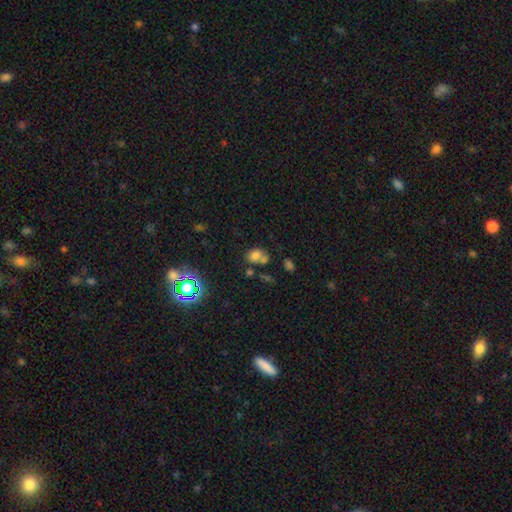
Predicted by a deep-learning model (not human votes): The model was most divided on "merging": none: 42%, merger: 38%, minor disturbance: 13%, major disturbance: 7%. More confident: smooth or featured — smooth (70%); how rounded — in between (59%).